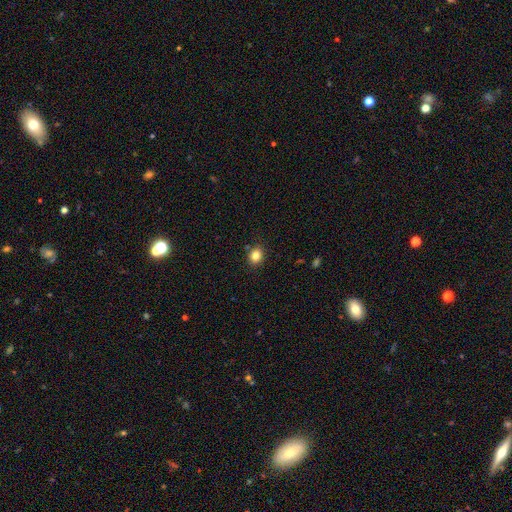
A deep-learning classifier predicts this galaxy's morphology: Q: Smooth or featured?
A: smooth (83%); runner-up: star or artifact (11%)
Q: How rounded?
A: round (57%); runner-up: in between (42%)
Q: Merging?
A: none (86%); runner-up: minor disturbance (9%)